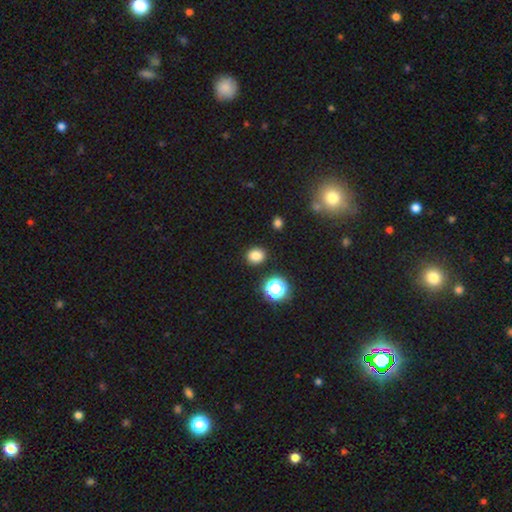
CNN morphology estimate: Smooth or featured? smooth (81%)
How rounded? round (71%)
Merging? none (89%)